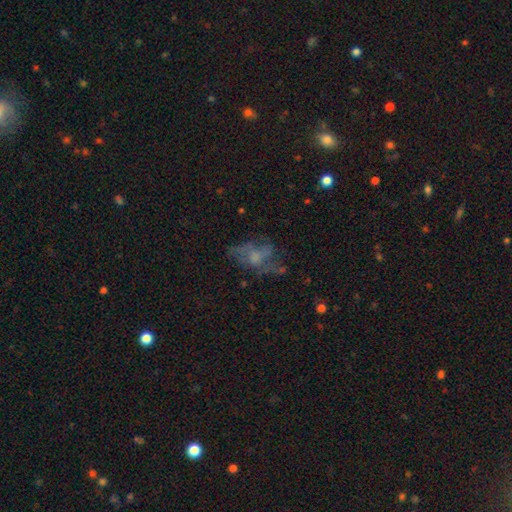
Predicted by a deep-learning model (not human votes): A featured or disk galaxy (54%) with no bar (78%), no spiral arms (64%) and no central bulge (41%). Merging: none (43%).